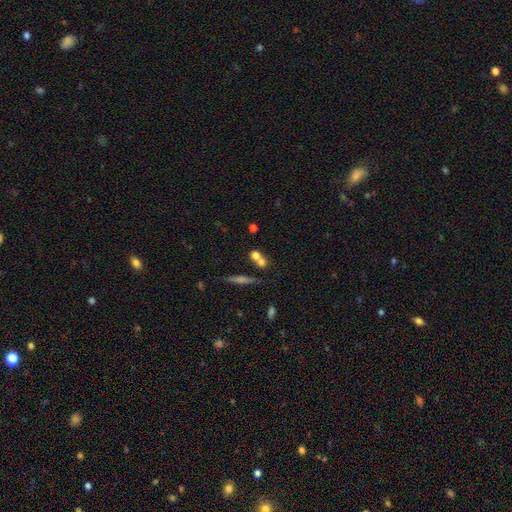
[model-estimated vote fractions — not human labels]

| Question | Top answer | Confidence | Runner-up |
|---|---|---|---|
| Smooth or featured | smooth | 67% | featured or disk (20%) |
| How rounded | round | 59% | in between (30%) |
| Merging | merger | 48% | none (40%) |